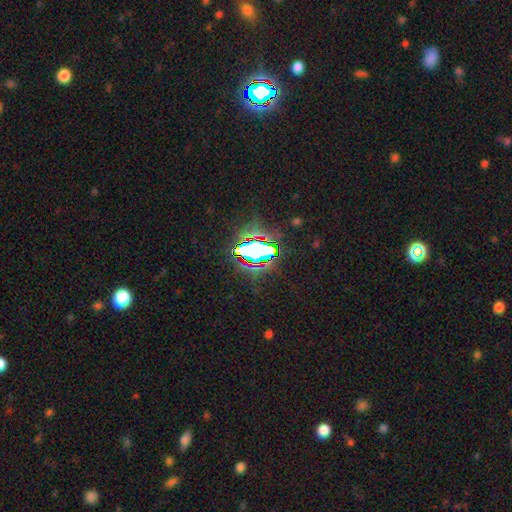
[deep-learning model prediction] This appears to be a star or artifact, not a galaxy (80%).